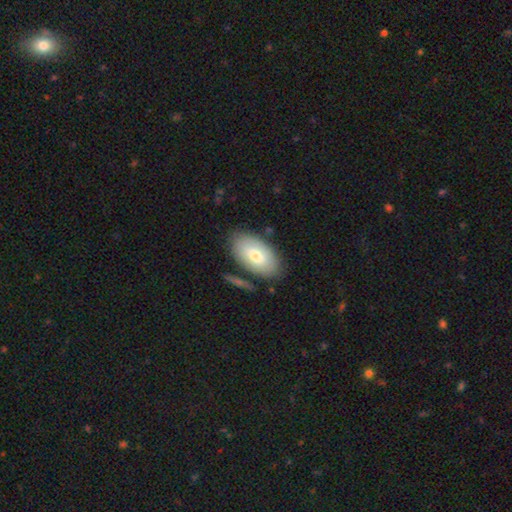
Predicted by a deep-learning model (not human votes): A smooth galaxy with no disk features (71%) that is in between round and cigar-shaped (95%). Merging: none (80%).